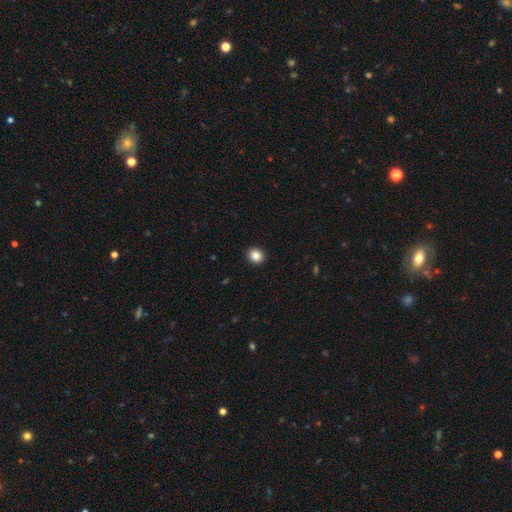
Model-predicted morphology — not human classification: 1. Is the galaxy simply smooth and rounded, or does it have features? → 85% smooth, 10% star or artifact, 4% featured or disk.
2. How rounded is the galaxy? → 86% round, 13% in between, 1% cigar-shaped.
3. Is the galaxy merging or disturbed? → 93% none, 4% minor disturbance, 1% major disturbance, 1% merger.